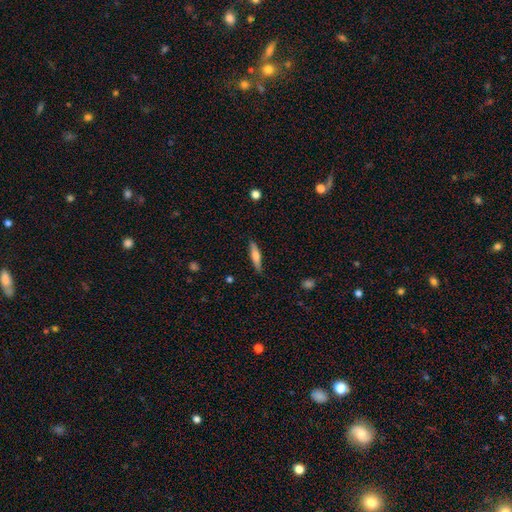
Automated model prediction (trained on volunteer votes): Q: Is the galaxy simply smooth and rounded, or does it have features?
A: smooth — 60%.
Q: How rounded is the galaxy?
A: cigar-shaped — 79%.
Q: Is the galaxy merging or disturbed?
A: none — 84%.